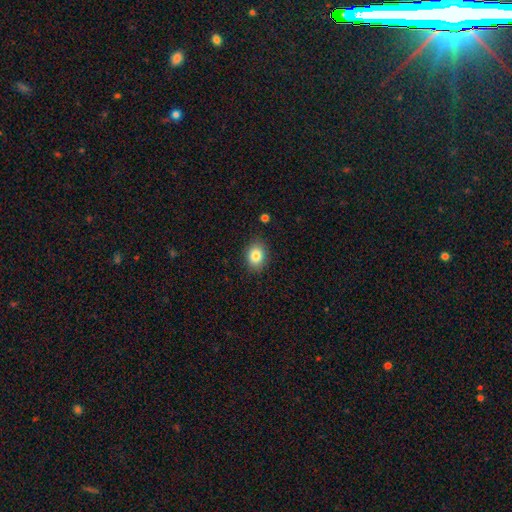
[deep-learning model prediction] smooth_or_featured: smooth (p=0.84) [alt: star or artifact p=0.09]
how_rounded: in between (p=0.58) [alt: round p=0.41]
merging: none (p=0.85) [alt: minor disturbance p=0.11]